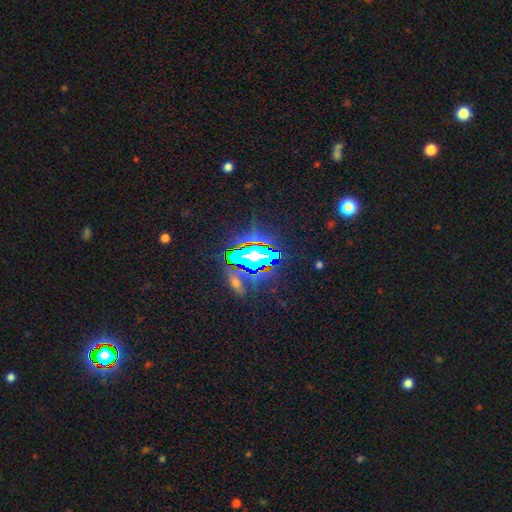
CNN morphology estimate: Smooth or featured: star or artifact — 68% (smooth — 16%)